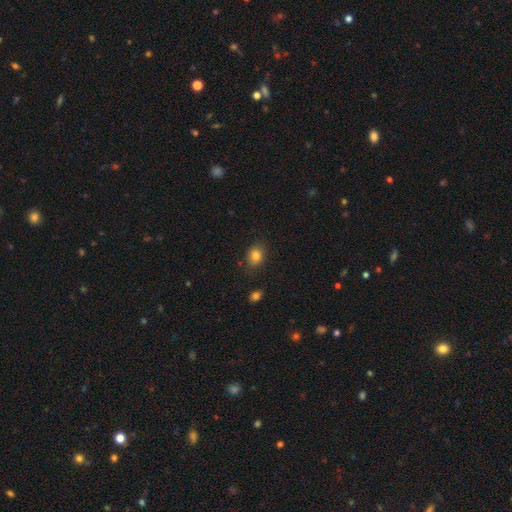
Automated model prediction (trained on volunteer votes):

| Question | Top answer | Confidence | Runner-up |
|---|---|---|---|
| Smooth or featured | smooth | 82% | star or artifact (11%) |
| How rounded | in between | 54% | round (45%) |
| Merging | none | 83% | minor disturbance (12%) |